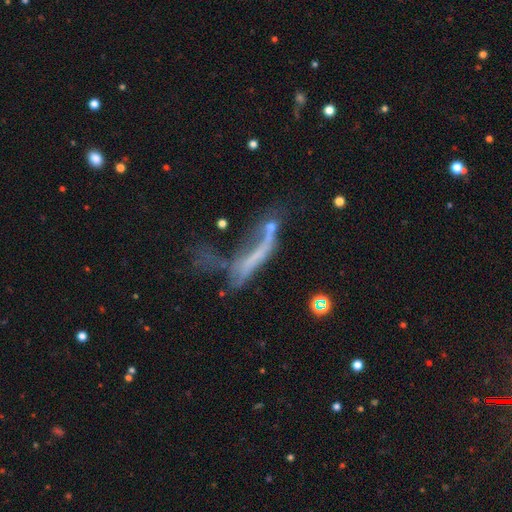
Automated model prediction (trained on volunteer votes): Overall: featured or disk (49%; smooth 34%). Merging: major disturbance (37%; merger 27%).